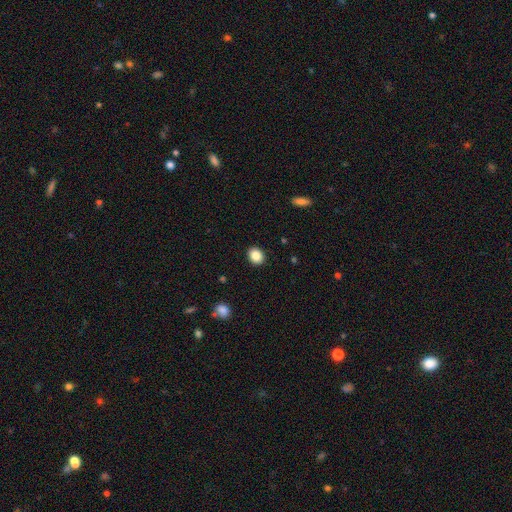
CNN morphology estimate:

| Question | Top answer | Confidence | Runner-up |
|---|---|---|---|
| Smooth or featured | smooth | 86% | star or artifact (9%) |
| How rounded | round | 56% | in between (43%) |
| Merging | none | 91% | minor disturbance (6%) |